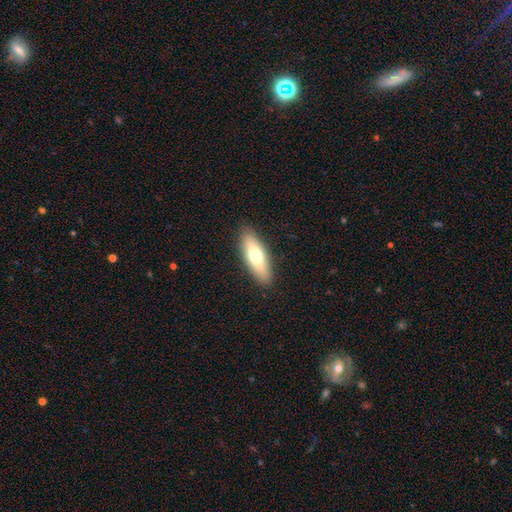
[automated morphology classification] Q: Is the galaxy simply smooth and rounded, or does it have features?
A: smooth — 65%.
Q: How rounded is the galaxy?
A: in between — 52%.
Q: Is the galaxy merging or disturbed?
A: none — 89%.